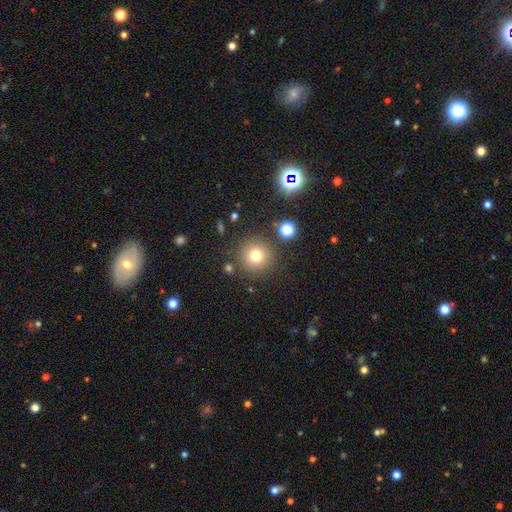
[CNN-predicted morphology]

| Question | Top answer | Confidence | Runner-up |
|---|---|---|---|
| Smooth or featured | smooth | 76% | star or artifact (15%) |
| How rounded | round | 95% | in between (4%) |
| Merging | none | 86% | minor disturbance (7%) |